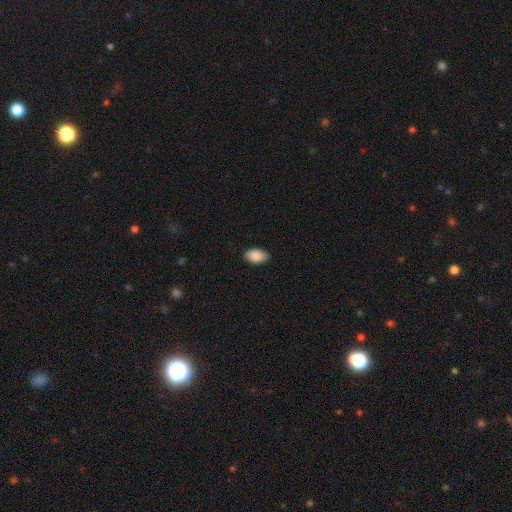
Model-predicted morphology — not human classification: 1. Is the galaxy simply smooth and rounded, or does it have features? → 88% smooth, 6% star or artifact, 6% featured or disk.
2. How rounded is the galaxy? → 94% in between, 5% round, 1% cigar-shaped.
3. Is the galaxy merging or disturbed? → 86% none, 11% minor disturbance, 2% major disturbance, 1% merger.